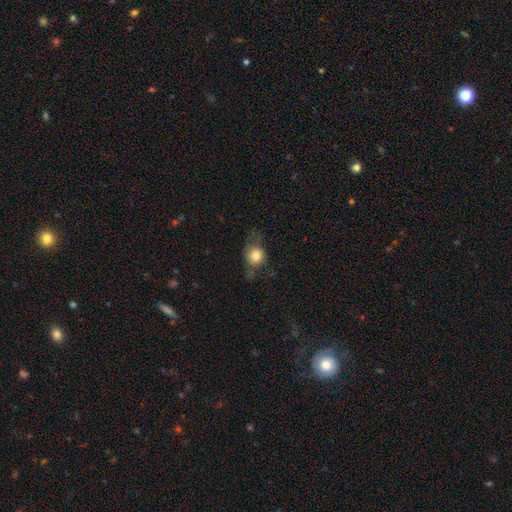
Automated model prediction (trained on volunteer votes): Smooth or featured? smooth (73%)
How rounded? round (64%)
Merging? none (52%)